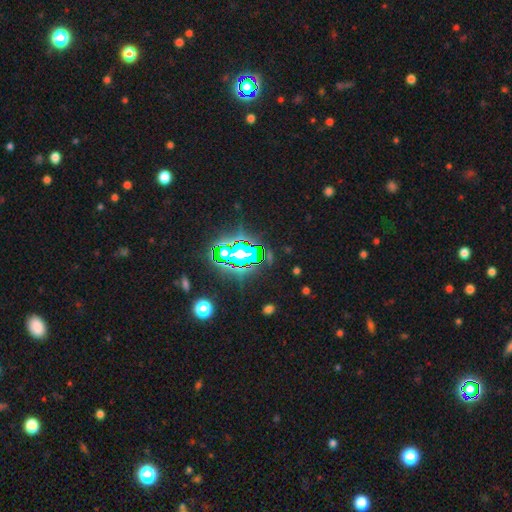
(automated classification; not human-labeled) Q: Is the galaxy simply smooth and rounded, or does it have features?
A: star or artifact — 82%.